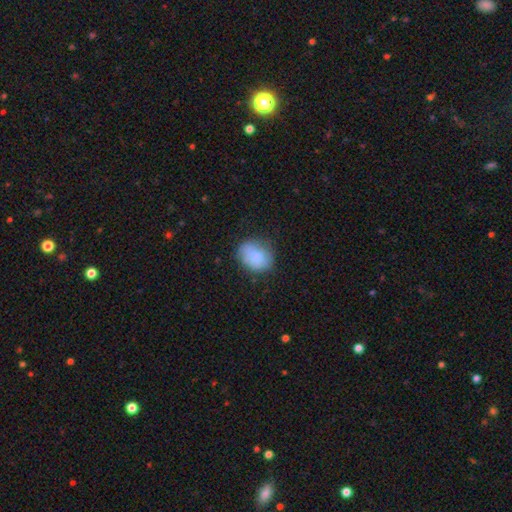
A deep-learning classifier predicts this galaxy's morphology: Q: Smooth or featured?
A: smooth (82%); runner-up: featured or disk (11%)
Q: How rounded?
A: in between (52%); runner-up: round (47%)
Q: Merging?
A: none (69%); runner-up: minor disturbance (23%)